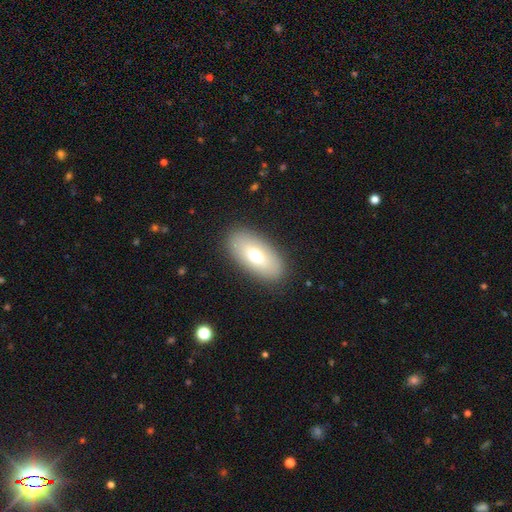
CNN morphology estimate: type=smooth (68%); roundness=in between (91%); merging=none (88%).